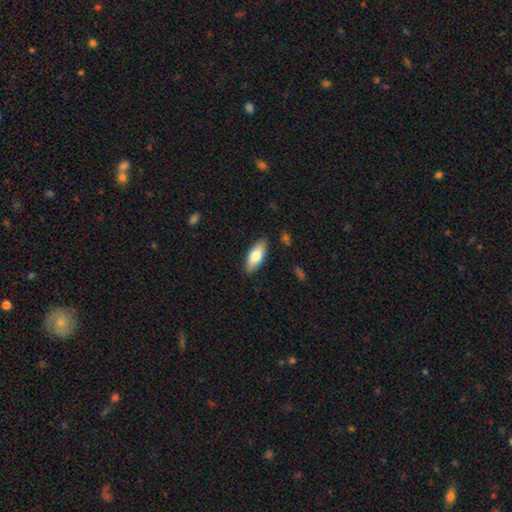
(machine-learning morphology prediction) Overall: smooth (74%). How rounded: in between (76%). Merging: none (87%).